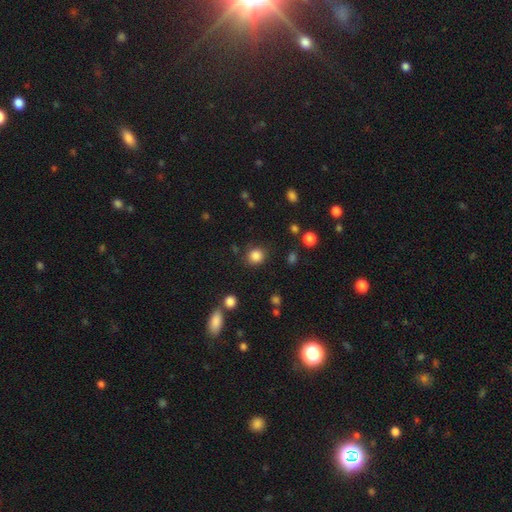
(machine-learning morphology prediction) Smooth or featured: smooth — 84% (star or artifact — 12%)
How rounded: round — 86% (in between — 13%)
Merging: none — 84% (minor disturbance — 9%)